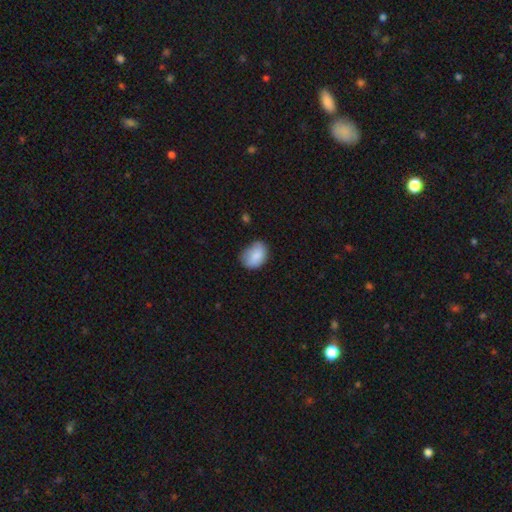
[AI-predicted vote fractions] Smooth or featured: smooth — 86% (star or artifact — 7%)
How rounded: in between — 77% (round — 22%)
Merging: none — 64% (minor disturbance — 28%)